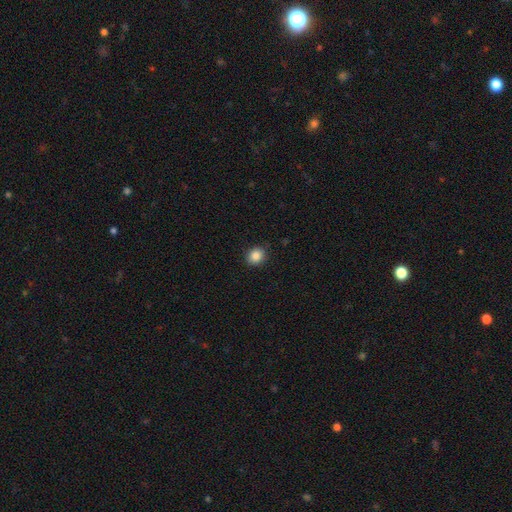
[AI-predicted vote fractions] Smooth or featured: smooth — 86% (star or artifact — 10%)
How rounded: round — 76% (in between — 24%)
Merging: none — 88% (minor disturbance — 9%)